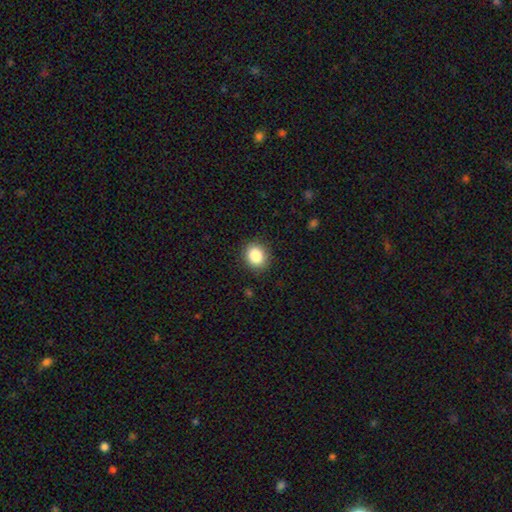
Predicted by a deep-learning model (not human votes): This is clearly a smooth galaxy (86%). How rounded: likely round (63%). Merging: clearly none (88%).